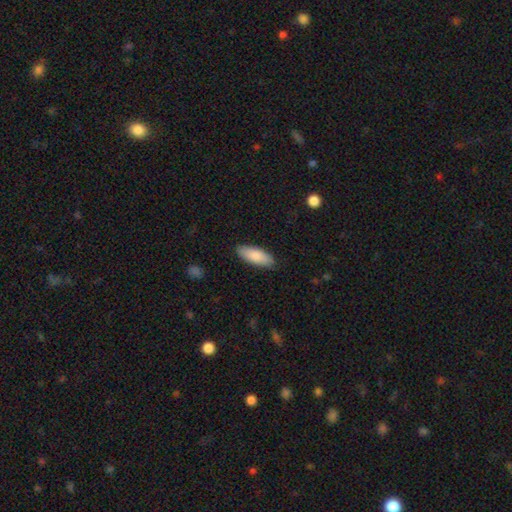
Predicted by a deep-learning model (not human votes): Smooth or featured? smooth (84%)
How rounded? in between (78%)
Merging? none (86%)